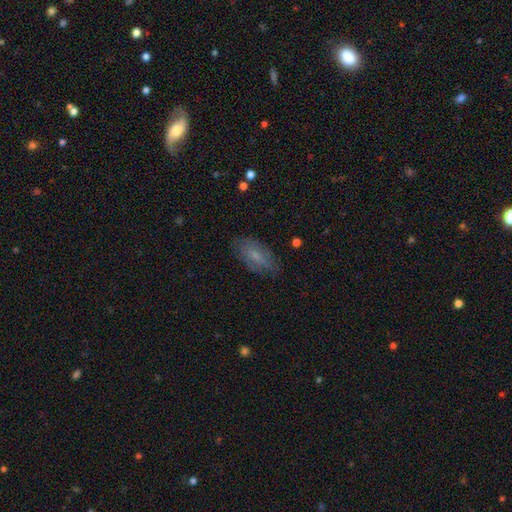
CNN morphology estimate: Overall: smooth (63%; featured or disk 28%). How rounded: in between (87%). Merging: none (76%).